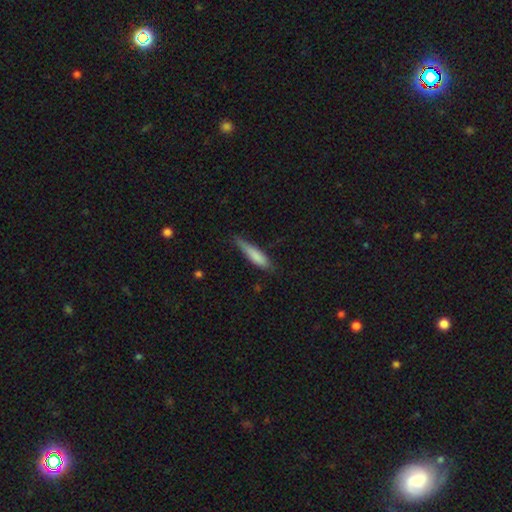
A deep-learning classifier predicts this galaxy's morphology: Smooth or featured? smooth (79%)
How rounded? cigar-shaped (78%)
Merging? none (58%)